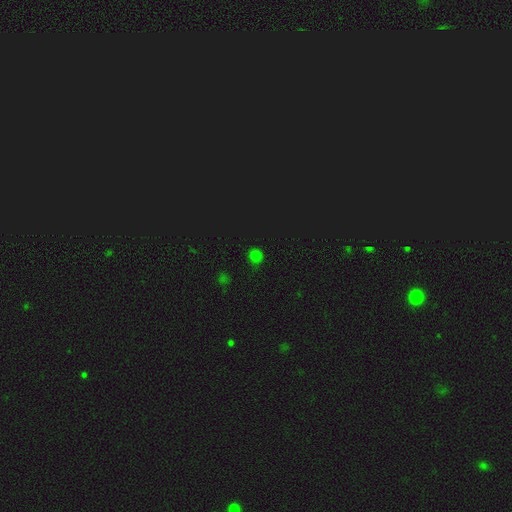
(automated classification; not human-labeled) smooth-or-featured: smooth: 65% | star or artifact: 31% | featured or disk: 4%
  how-rounded: round: 85% | in between: 13% | cigar-shaped: 1%
  merging: none: 83% | minor disturbance: 12% | major disturbance: 3% | merger: 2%